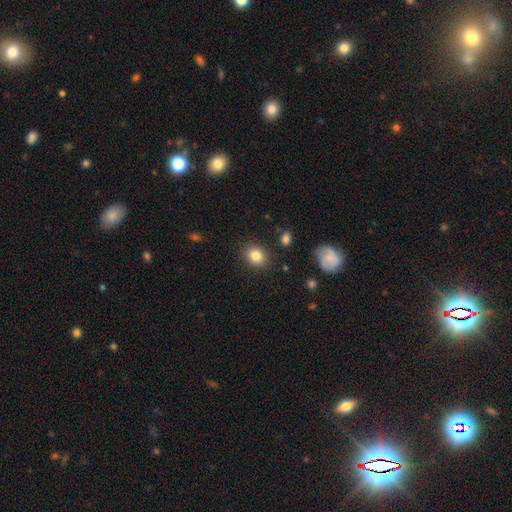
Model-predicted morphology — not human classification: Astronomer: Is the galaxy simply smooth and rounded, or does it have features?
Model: smooth — 84%.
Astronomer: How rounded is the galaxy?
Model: round — 59% (runner-up: in between, 40%).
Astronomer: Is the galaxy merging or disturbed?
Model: none — 87%.